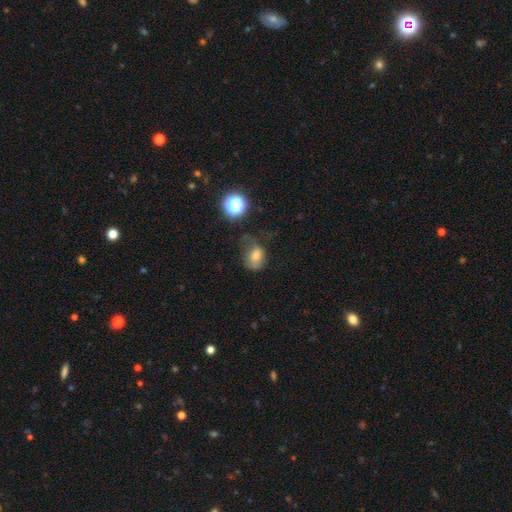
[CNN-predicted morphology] Smooth or featured: smooth — 67% (featured or disk — 18%)
How rounded: in between — 57% (round — 42%)
Merging: minor disturbance — 33% (major disturbance — 32%)